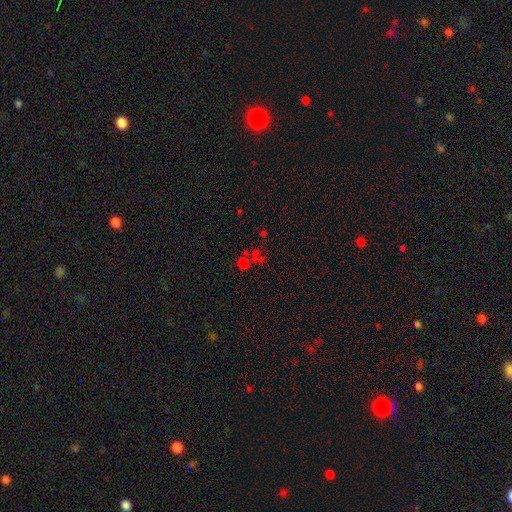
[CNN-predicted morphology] Smooth or featured? Predicted: smooth (p=0.49). Merging? Predicted: none (p=0.55).